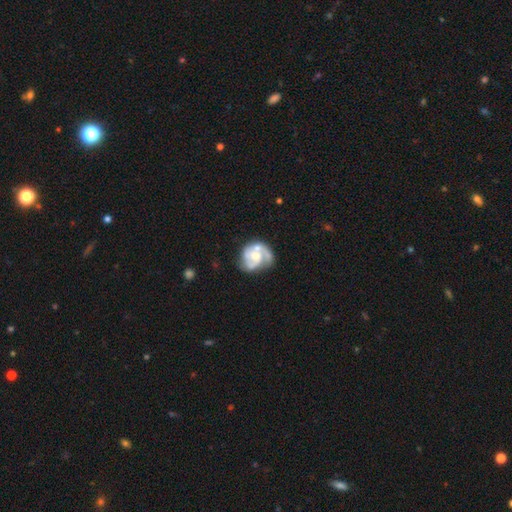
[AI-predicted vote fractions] featured or disk 78%, smooth 17%, star or artifact 5%. Down the decision tree: edge-on disk — no (98%); bar — no (68%); spiral arms — yes (87%); spiral arm count — 2 (47%); spiral winding — medium (45%); bulge size — moderate (55%); merging — none (48%).